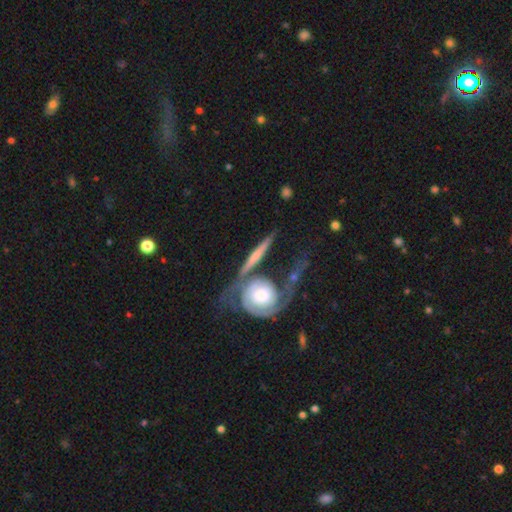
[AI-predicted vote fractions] featured or disk 66%, smooth 29%, star or artifact 5%. Down the decision tree: edge-on disk — yes (66%); merging — none (56%).